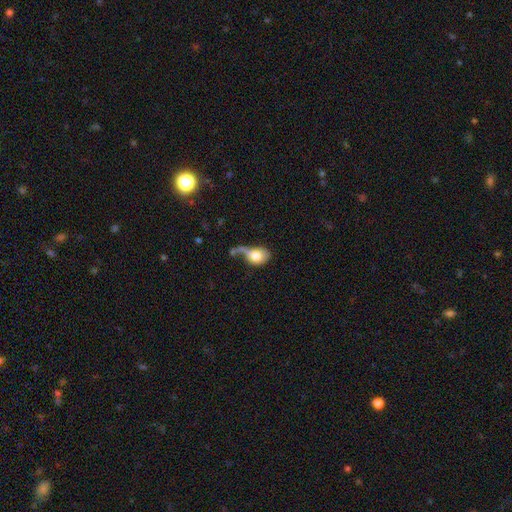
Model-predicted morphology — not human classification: Overall: smooth (71%). How rounded: in between (64%; round 33%). Merging: major disturbance (41%; merger 21%).